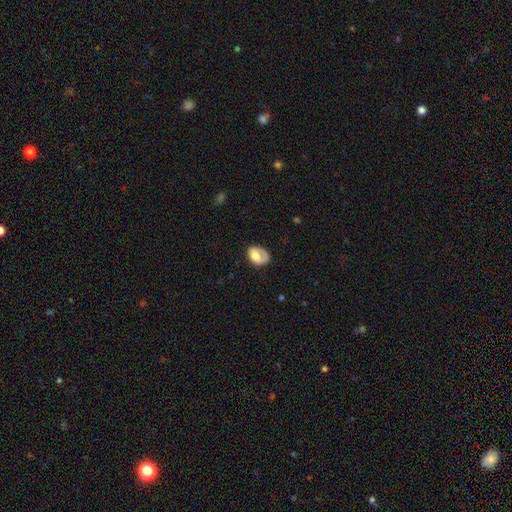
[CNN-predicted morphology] type=smooth (61%); roundness=in between (76%); merging=none (47%).